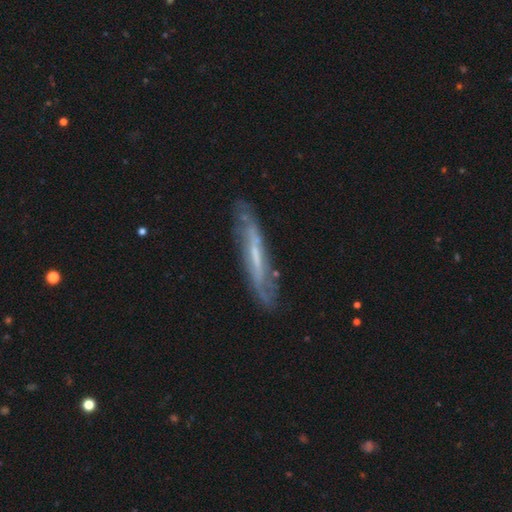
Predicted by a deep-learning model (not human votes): Morphology: type=featured or disk (69%); edge-on=yes (60%); merging=none (77%).